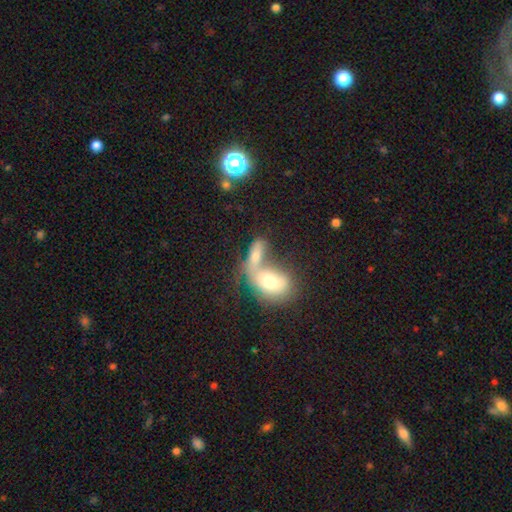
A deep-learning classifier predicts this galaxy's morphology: This is likely a smooth galaxy (66%). How rounded: clearly in between (80%). Merging: likely merger (67%).